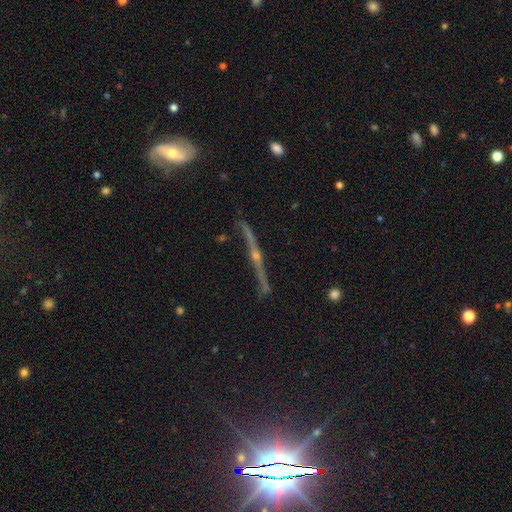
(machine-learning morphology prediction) Smooth or featured? Predicted: featured or disk (p=0.86). Edge-on disk? Predicted: yes (p=0.97). Edge-on bulge? Predicted: rounded (p=0.92). Merging? Predicted: none (p=0.82).